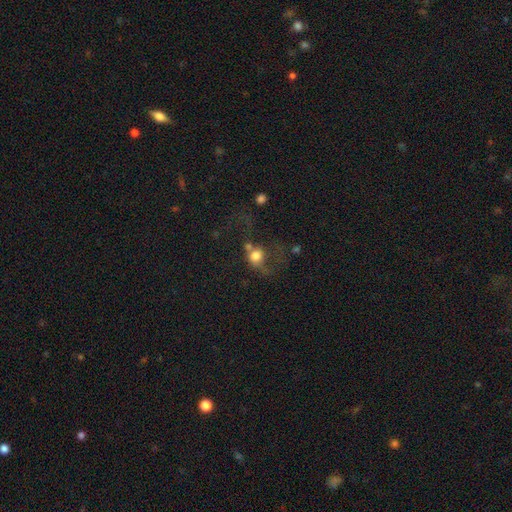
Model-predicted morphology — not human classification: Smooth or featured? smooth (66%)
How rounded? round (73%)
Merging? major disturbance (34%)